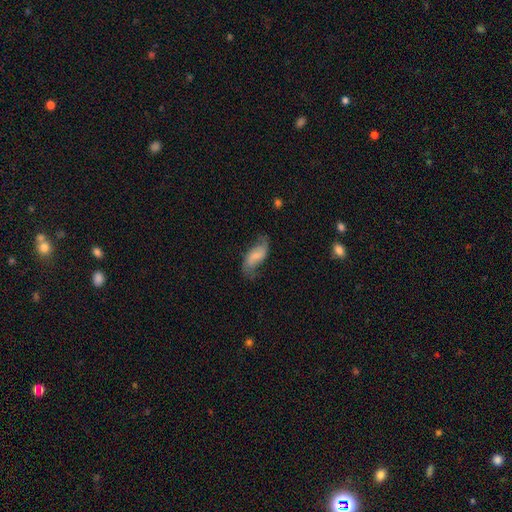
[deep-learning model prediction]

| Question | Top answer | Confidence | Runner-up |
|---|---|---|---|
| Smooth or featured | featured or disk | 51% | smooth (41%) |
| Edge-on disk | no | 93% | yes (7%) |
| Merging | none | 59% | minor disturbance (25%) |